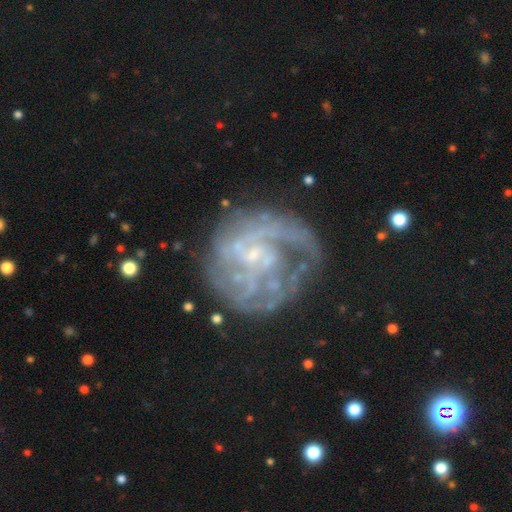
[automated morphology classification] smooth-or-featured: featured or disk: 85% | smooth: 8% | star or artifact: 7%
  disk-edge-on: no: 98% | yes: 2%
    bar: no: 51% | weak: 40% | strong: 9%
    has-spiral-arms: yes: 88% | no: 12%
      spiral-winding: tight: 44% | medium: 39% | loose: 17%
      spiral-arm-count: can't tell: 31% | 2: 22% | 3: 21% | 1: 10% | 4: 10% | more than 4: 7%
    bulge-size: small: 60% | moderate: 20% | none: 17% | large: 2% | dominant: 1%
  merging: none: 57% | major disturbance: 21% | minor disturbance: 19% | merger: 4%